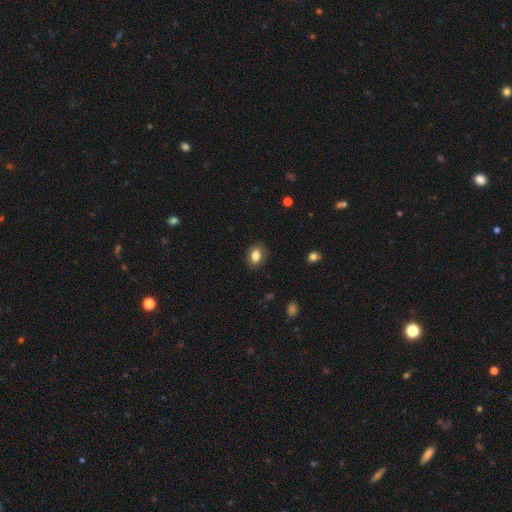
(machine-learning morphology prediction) Q: Smooth or featured?
A: smooth (83%); runner-up: star or artifact (9%)
Q: How rounded?
A: in between (66%); runner-up: round (33%)
Q: Merging?
A: none (86%); runner-up: minor disturbance (11%)